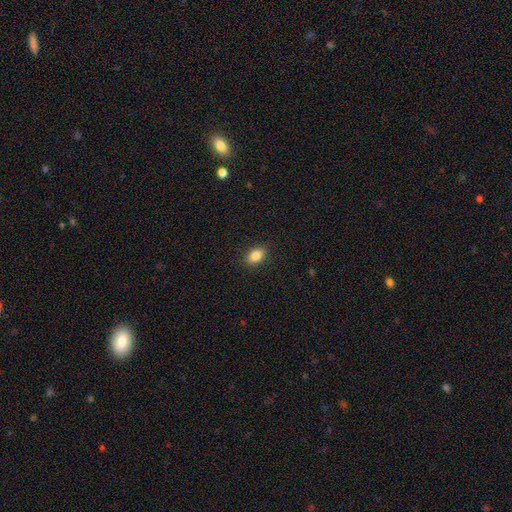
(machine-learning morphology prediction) Q: Smooth or featured?
A: smooth (85%); runner-up: star or artifact (9%)
Q: How rounded?
A: in between (82%); runner-up: round (16%)
Q: Merging?
A: none (87%); runner-up: minor disturbance (9%)